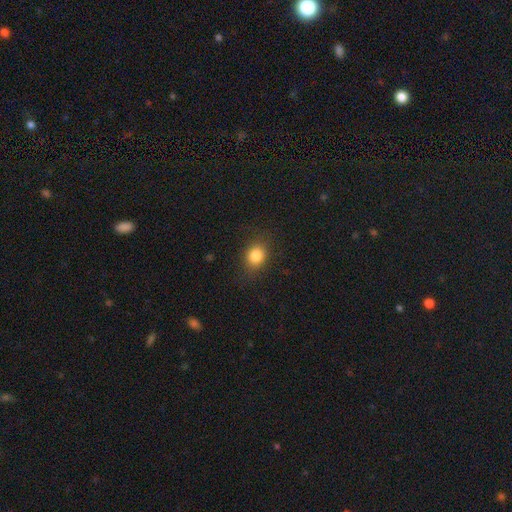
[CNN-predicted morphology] Q: Smooth or featured?
A: smooth (84%); runner-up: star or artifact (11%)
Q: How rounded?
A: round (58%); runner-up: in between (41%)
Q: Merging?
A: none (83%); runner-up: minor disturbance (12%)